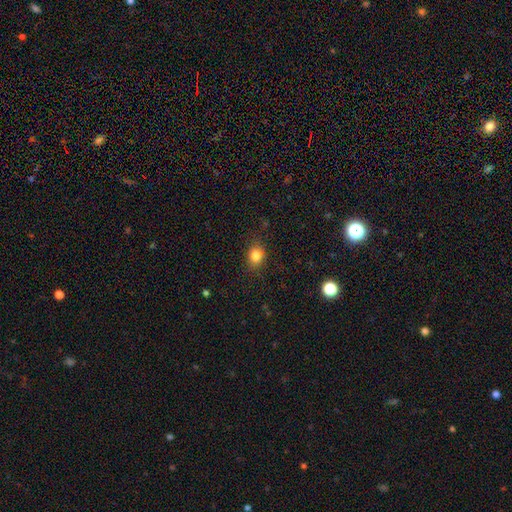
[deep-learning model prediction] A smooth galaxy with no disk features (83%) that is round (58%). Merging: none (83%).